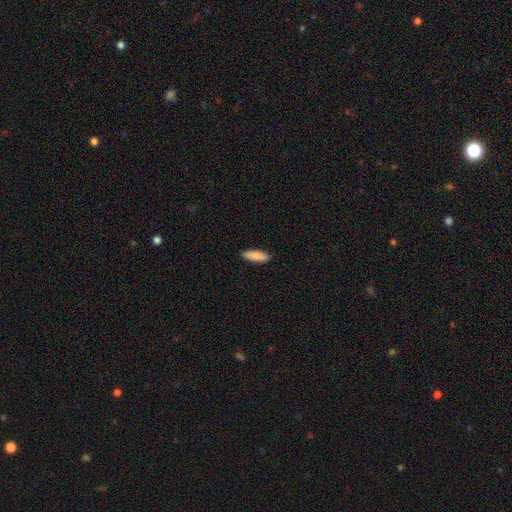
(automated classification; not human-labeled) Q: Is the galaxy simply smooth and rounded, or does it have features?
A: smooth — 87%.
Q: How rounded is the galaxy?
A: in between — 53%.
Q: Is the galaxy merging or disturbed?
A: none — 88%.